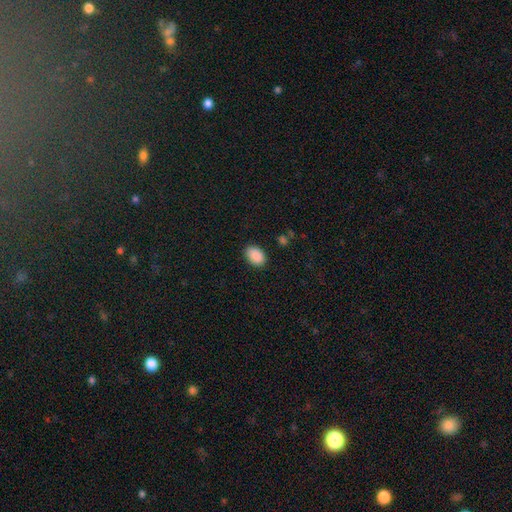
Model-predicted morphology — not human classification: A smooth galaxy with no disk features (90%) that is in between round and cigar-shaped (85%).

Vote fractions:
- Smooth or featured? smooth: 90% / star or artifact: 7% / featured or disk: 3%
- How rounded? in between: 85% / round: 14% / cigar-shaped: 1%
- Merging? none: 87% / minor disturbance: 10% / major disturbance: 2% / merger: 1%